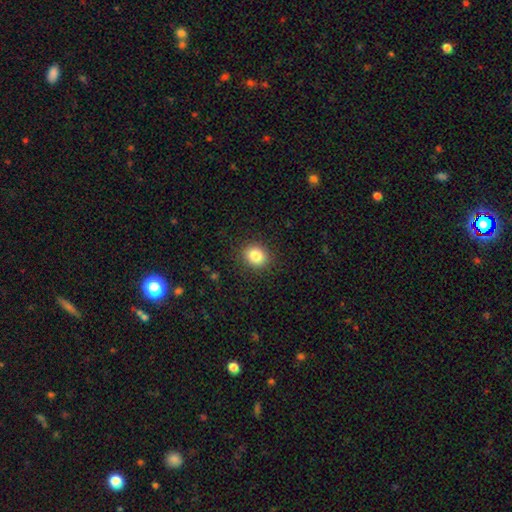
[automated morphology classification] Smooth or featured? Predicted: smooth (p=0.85). How rounded? Predicted: round (p=0.69). Merging? Predicted: none (p=0.89).